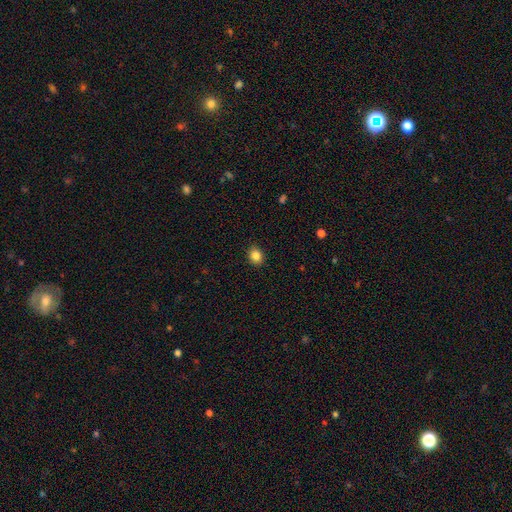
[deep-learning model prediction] A smooth galaxy with no disk features (86%) that is round (58%).

Vote fractions:
- Smooth or featured? smooth: 86% / star or artifact: 10% / featured or disk: 4%
- How rounded? round: 58% / in between: 41% / cigar-shaped: 1%
- Merging? none: 89% / minor disturbance: 8% / major disturbance: 2% / merger: 1%